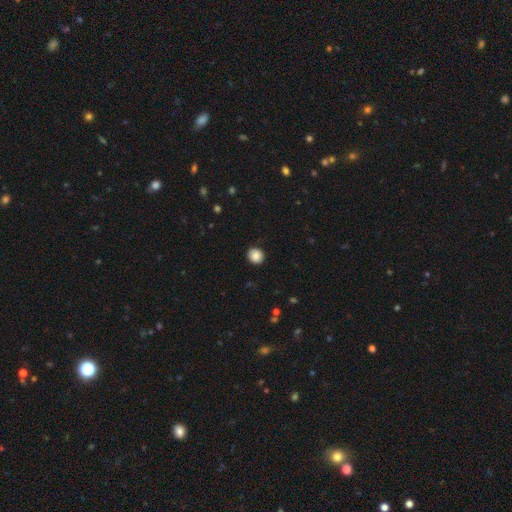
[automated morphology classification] smooth-or-featured: smooth: 87% | star or artifact: 9% | featured or disk: 4%
  how-rounded: round: 85% | in between: 14% | cigar-shaped: 1%
  merging: none: 89% | minor disturbance: 8% | major disturbance: 2% | merger: 1%